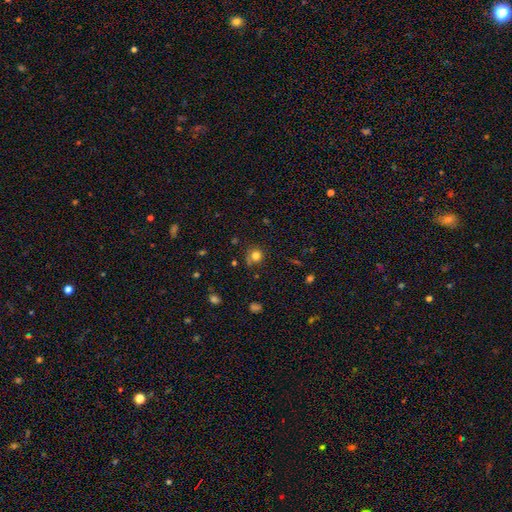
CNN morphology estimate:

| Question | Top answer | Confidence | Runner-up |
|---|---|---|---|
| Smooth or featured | smooth | 77% | star or artifact (15%) |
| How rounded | round | 87% | in between (12%) |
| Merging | none | 71% | minor disturbance (16%) |